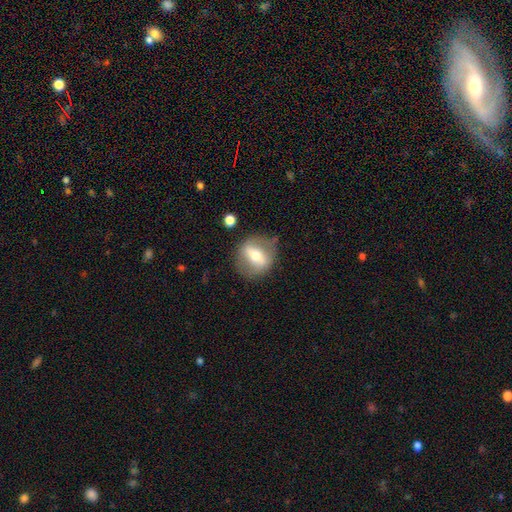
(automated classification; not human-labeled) Smooth or featured: featured or disk — 54% (smooth — 39%)
Edge-on disk: no — 77% (yes — 23%)
Merging: none — 78% (minor disturbance — 14%)